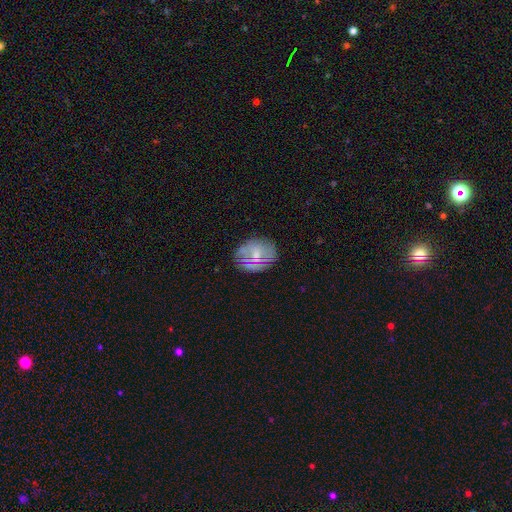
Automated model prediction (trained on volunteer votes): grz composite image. It shows a smooth galaxy with no disk features (55%) that is round (55%). Merging: none (79%).